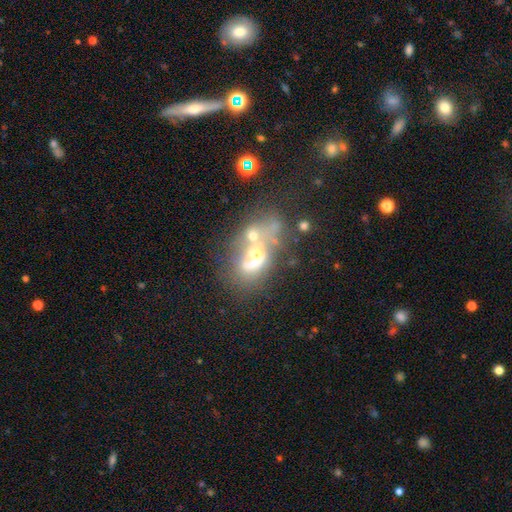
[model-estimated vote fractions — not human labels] This is possibly a featured or disk galaxy (46%). Merging: possibly merger (55%).